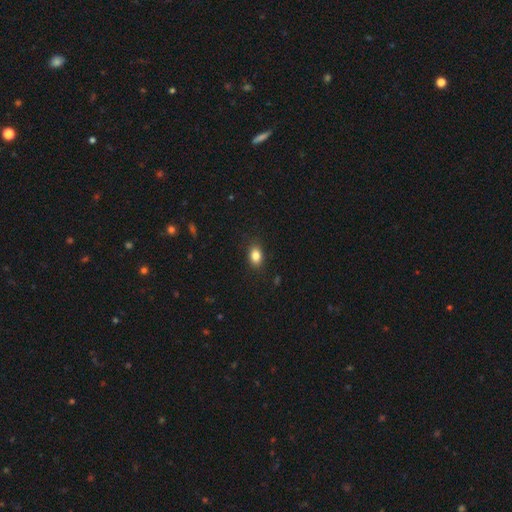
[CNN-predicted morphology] This is clearly a smooth galaxy (85%). How rounded: likely in between (77%). Merging: clearly none (86%).